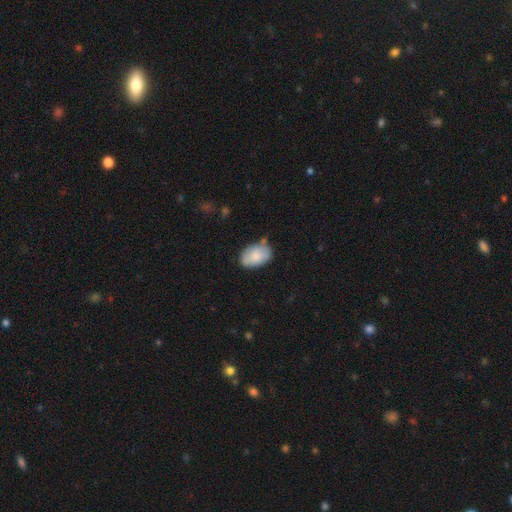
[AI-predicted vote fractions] This appears to be a smooth galaxy with no disk features (83%) that is in between round and cigar-shaped (90%). Merging: none (68%).